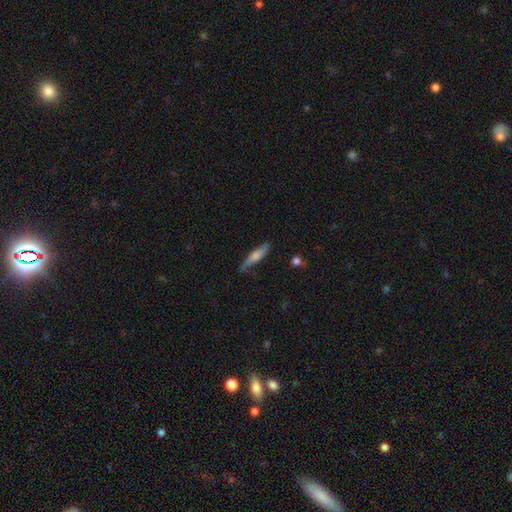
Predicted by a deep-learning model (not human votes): smooth_or_featured: smooth (p=0.49) [alt: featured or disk p=0.45]
merging: none (p=0.75) [alt: minor disturbance p=0.19]